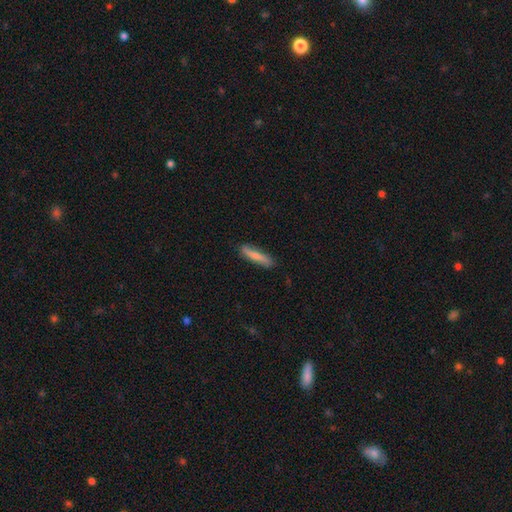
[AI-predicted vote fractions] A smooth galaxy with no disk features (68%) that is cigar-shaped (85%).

Vote fractions:
- Smooth or featured? smooth: 68% / featured or disk: 27% / star or artifact: 6%
- How rounded? cigar-shaped: 85% / in between: 13% / round: 2%
- Merging? none: 81% / minor disturbance: 14% / major disturbance: 2% / merger: 2%